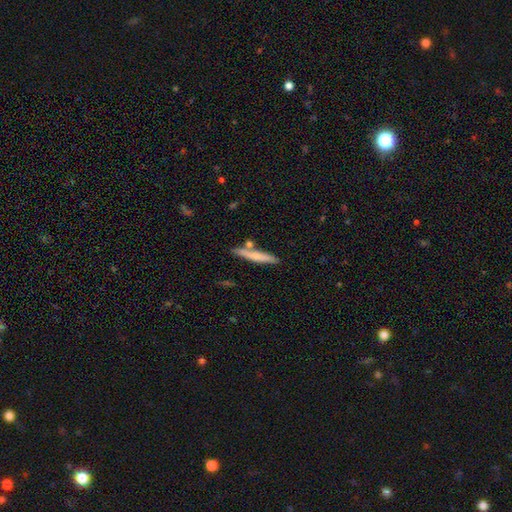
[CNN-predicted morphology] Smooth or featured? smooth (62%)
How rounded? cigar-shaped (94%)
Merging? none (77%)